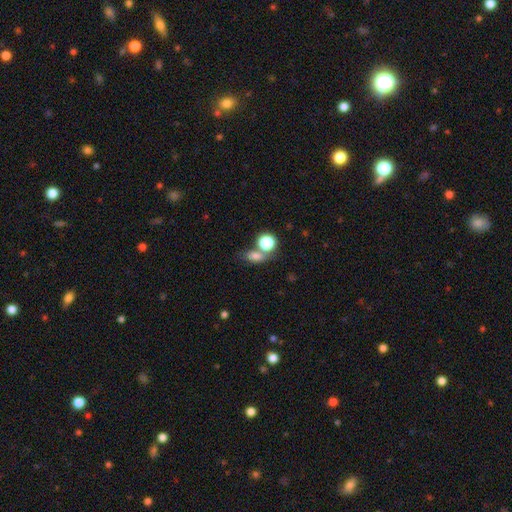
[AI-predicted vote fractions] A smooth galaxy with no disk features (75%) that is in between round and cigar-shaped (64%). Merging: none (48%).